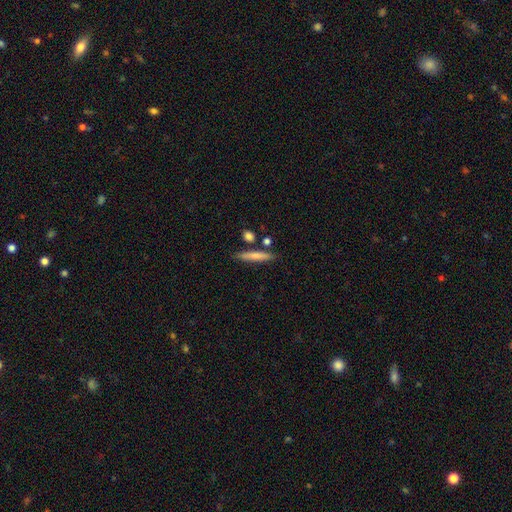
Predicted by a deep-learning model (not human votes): This is likely a smooth galaxy (73%). How rounded: clearly cigar-shaped (88%). Merging: likely none (79%).